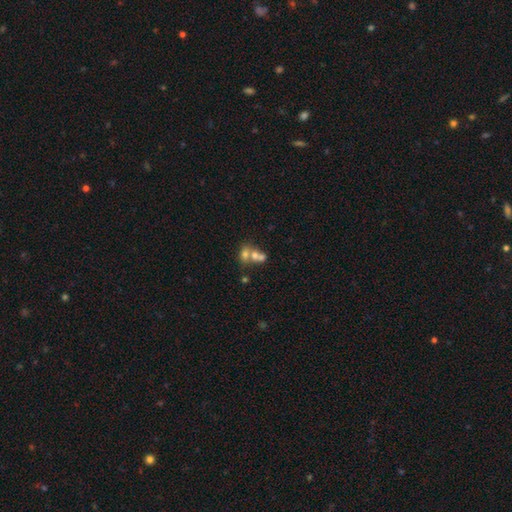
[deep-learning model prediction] Smooth or featured: smooth — 61% (featured or disk — 26%)
How rounded: in between — 54% (round — 45%)
Merging: merger — 66% (none — 22%)